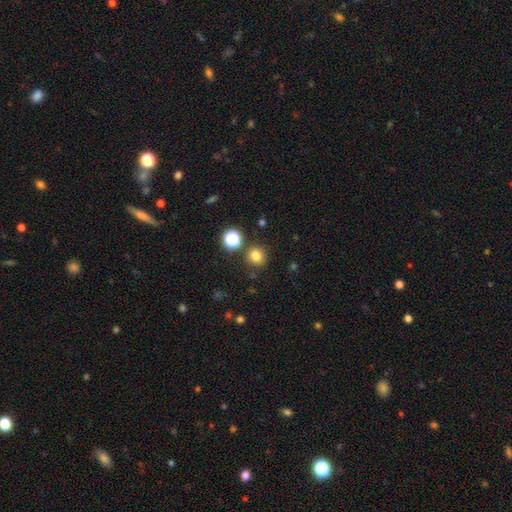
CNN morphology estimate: Q: Smooth or featured?
A: smooth (78%); runner-up: star or artifact (16%)
Q: How rounded?
A: round (91%); runner-up: in between (8%)
Q: Merging?
A: none (84%); runner-up: minor disturbance (8%)